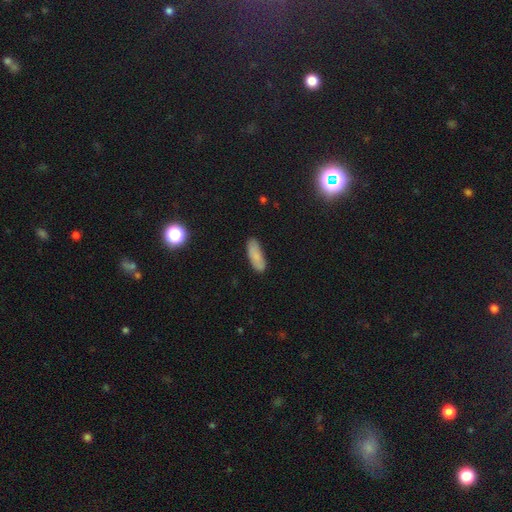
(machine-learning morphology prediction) A smooth galaxy with no disk features (81%) that is in between round and cigar-shaped (70%). Merging: none (82%).